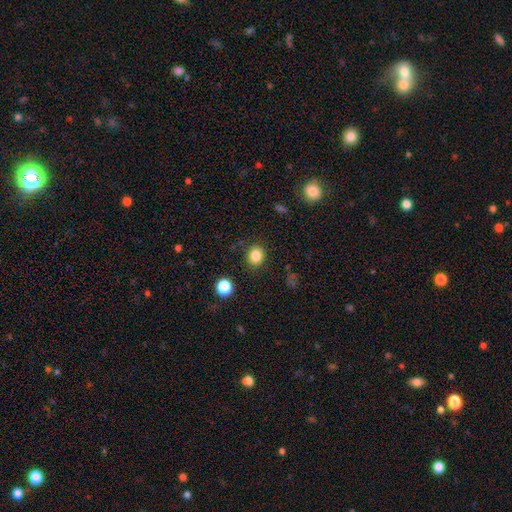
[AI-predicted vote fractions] Q: Smooth or featured?
A: smooth (83%); runner-up: star or artifact (12%)
Q: How rounded?
A: round (66%); runner-up: in between (33%)
Q: Merging?
A: none (87%); runner-up: minor disturbance (8%)